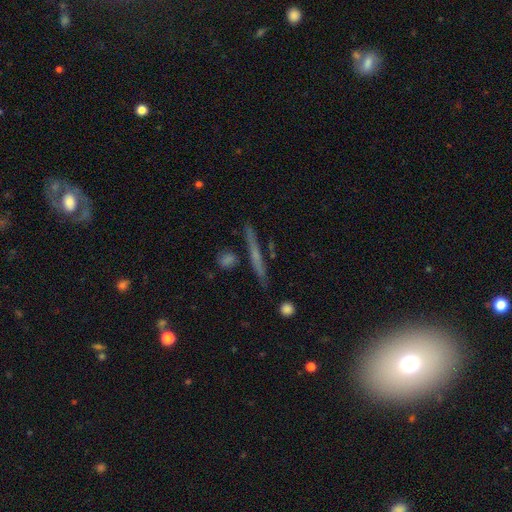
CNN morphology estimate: The model was most divided on "smooth or featured": featured or disk: 51%, smooth: 39%, star or artifact: 11%. More confident: edge-on disk — yes (94%); merging — none (86%).